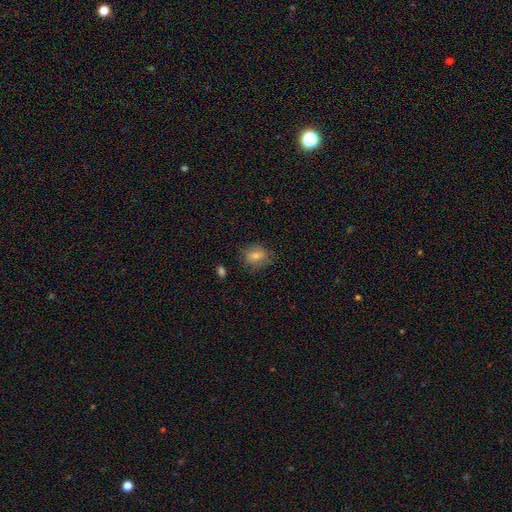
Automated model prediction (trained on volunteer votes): Q: Smooth or featured?
A: smooth (64%); runner-up: featured or disk (21%)
Q: How rounded?
A: round (50%); runner-up: in between (48%)
Q: Merging?
A: none (79%); runner-up: minor disturbance (15%)